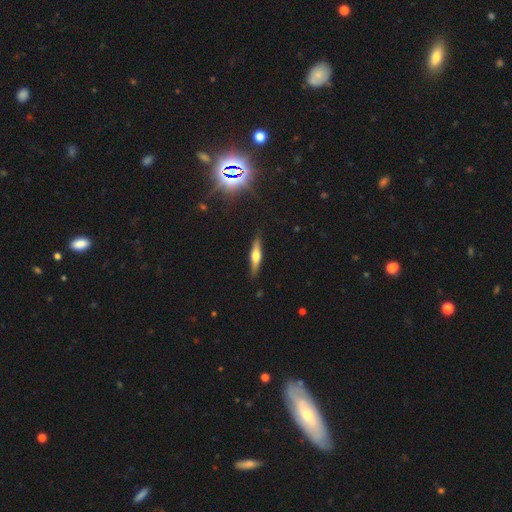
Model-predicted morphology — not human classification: A featured or disk galaxy (57%) viewed edge-on (95%) with a rounded central bulge (89%).

Vote fractions:
- Smooth or featured? featured or disk: 57% / smooth: 36% / star or artifact: 7%
- Edge-on disk? yes: 95% / no: 5%
- Edge-on bulge? rounded: 89% / boxy: 7% / none: 4%
- Merging? none: 88% / minor disturbance: 9% / major disturbance: 2% / merger: 1%